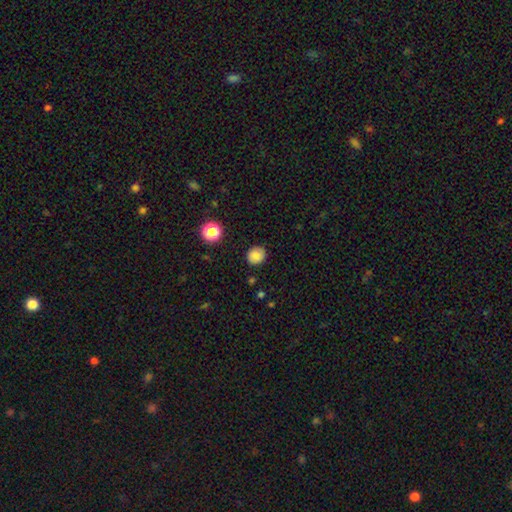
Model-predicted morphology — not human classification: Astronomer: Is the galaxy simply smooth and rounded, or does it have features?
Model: smooth — 83%.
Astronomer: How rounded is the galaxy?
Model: round — 83%.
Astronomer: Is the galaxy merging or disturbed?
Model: none — 86%.